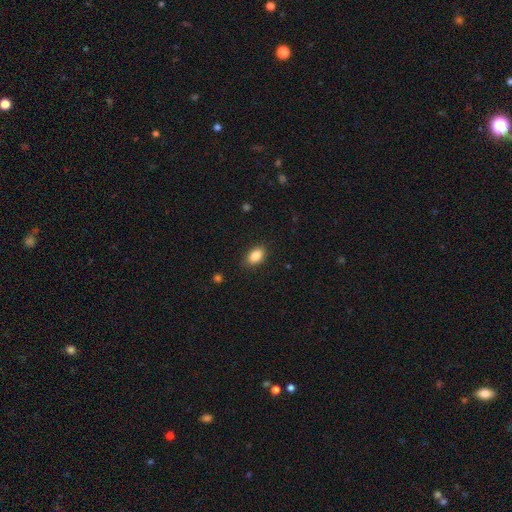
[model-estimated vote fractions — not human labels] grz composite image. It shows a smooth galaxy with no disk features (87%) that is in between round and cigar-shaped (87%). Merging: none (85%).